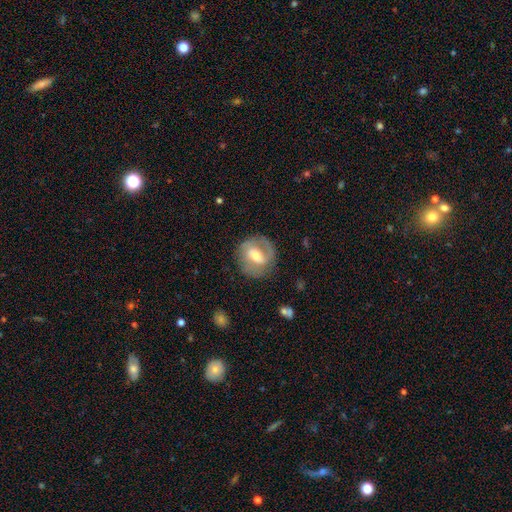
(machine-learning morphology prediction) This is likely a featured or disk galaxy (65%). It is clearly not viewed edge-on (96%). Bar: possibly weak (46%). Spiral arm pattern: likely yes (74%). Central bulge: likely moderate (65%). Merging: likely none (77%).